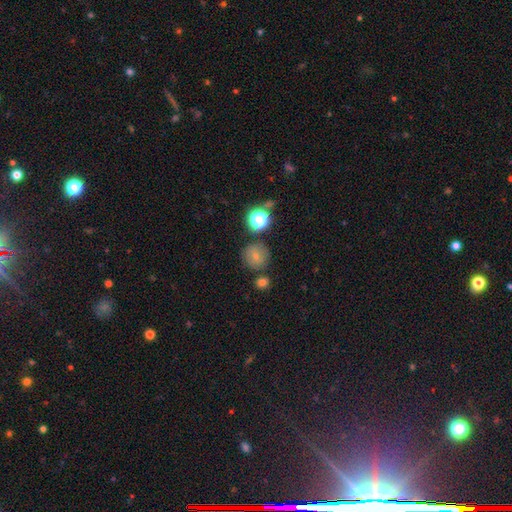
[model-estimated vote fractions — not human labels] smooth_or_featured: smooth (p=0.70) [alt: star or artifact p=0.17]
how_rounded: round (p=0.92) [alt: in between p=0.07]
merging: none (p=0.77) [alt: minor disturbance p=0.10]